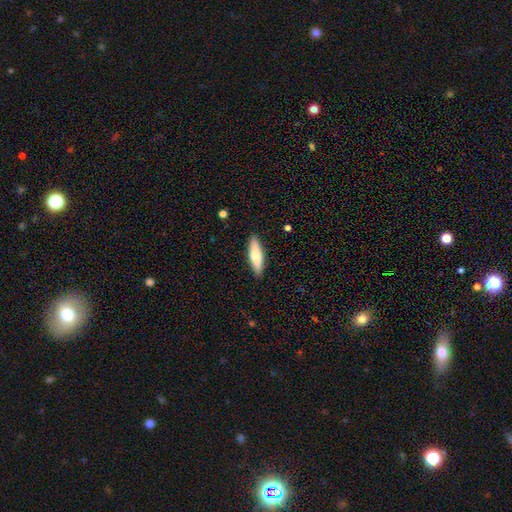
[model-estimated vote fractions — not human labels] A smooth galaxy with no disk features (65%) that is cigar-shaped (63%).

Vote fractions:
- Smooth or featured? smooth: 65% / featured or disk: 30% / star or artifact: 6%
- How rounded? cigar-shaped: 63% / in between: 35% / round: 2%
- Merging? none: 89% / minor disturbance: 8% / major disturbance: 2% / merger: 1%